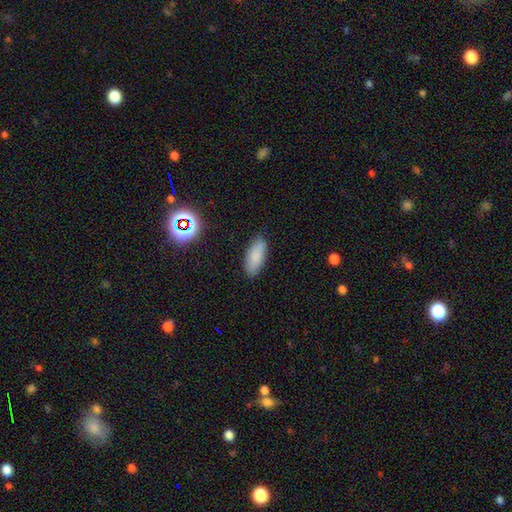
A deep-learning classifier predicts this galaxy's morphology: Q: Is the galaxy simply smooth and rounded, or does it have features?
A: smooth — 84%.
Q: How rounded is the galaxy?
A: in between — 81%.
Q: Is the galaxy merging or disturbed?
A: none — 86%.